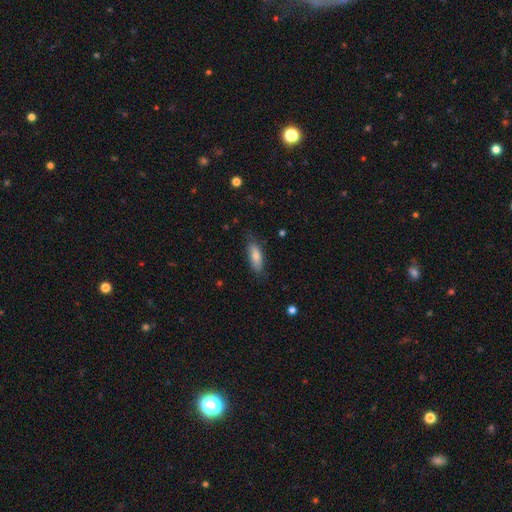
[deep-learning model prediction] Smooth or featured? Predicted: smooth (p=0.74). How rounded? Predicted: in between (p=0.58). Merging? Predicted: none (p=0.75).